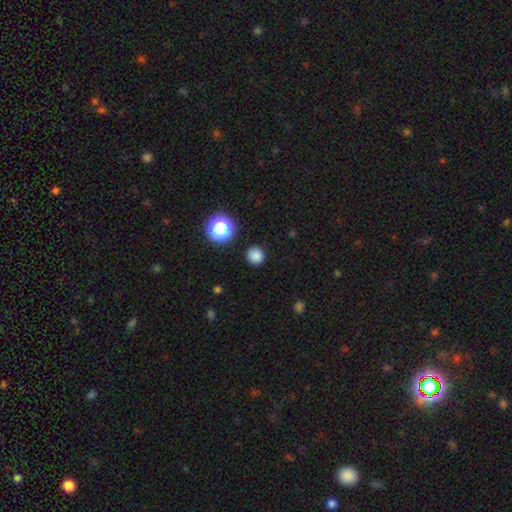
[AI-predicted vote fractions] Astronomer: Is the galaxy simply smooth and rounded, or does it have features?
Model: smooth — 82%.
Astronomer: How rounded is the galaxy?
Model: round — 93%.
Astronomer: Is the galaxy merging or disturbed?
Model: none — 90%.